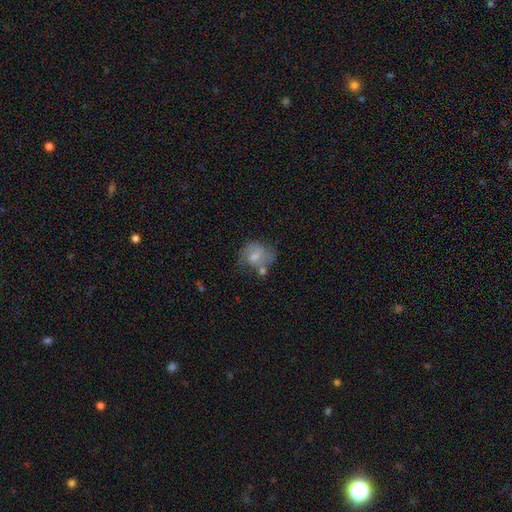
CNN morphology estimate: smooth_or_featured: smooth (p=0.53) [alt: featured or disk p=0.39]
how_rounded: round (p=0.63) [alt: in between p=0.36]
merging: none (p=0.44) [alt: minor disturbance p=0.26]